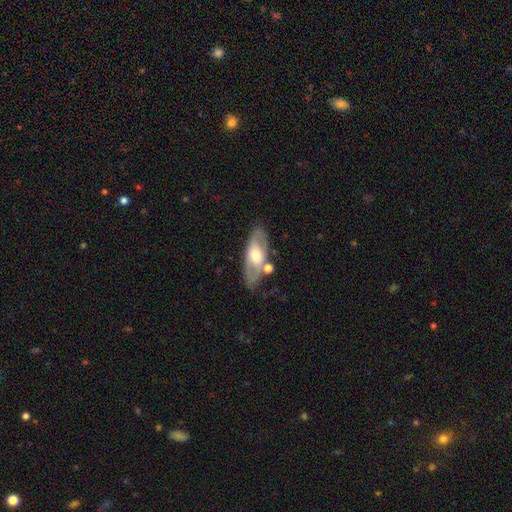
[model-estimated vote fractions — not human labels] Smooth or featured? Predicted: featured or disk (p=0.54). Edge-on disk? Predicted: no (p=0.76). Merging? Predicted: none (p=0.66).